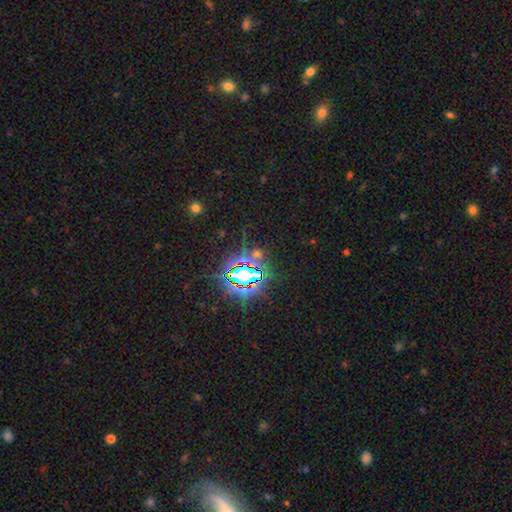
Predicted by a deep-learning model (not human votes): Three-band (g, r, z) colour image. It shows a star or artifact, not a galaxy (80%).